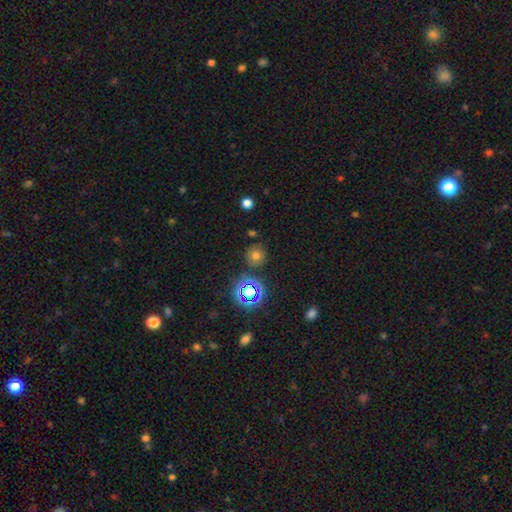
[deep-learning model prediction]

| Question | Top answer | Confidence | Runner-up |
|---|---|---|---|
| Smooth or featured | smooth | 65% | star or artifact (26%) |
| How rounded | round | 91% | in between (8%) |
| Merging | none | 81% | minor disturbance (10%) |